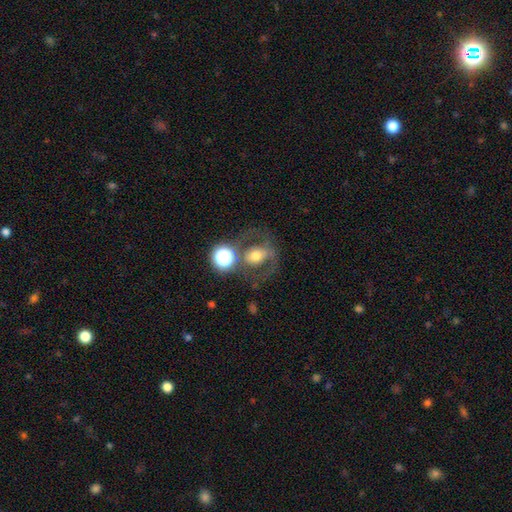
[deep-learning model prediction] Smooth or featured? featured or disk (45%)
Merging? none (51%)